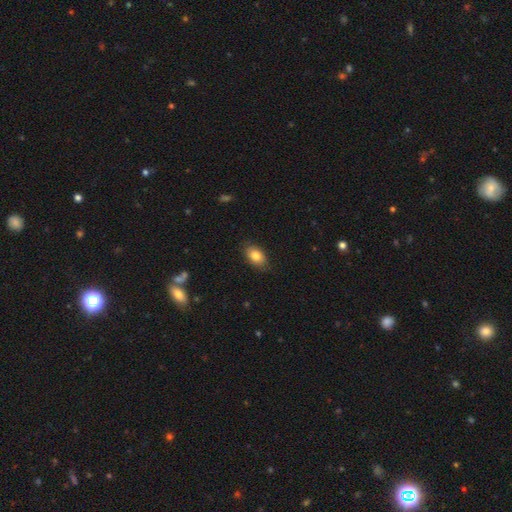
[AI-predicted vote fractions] Smooth or featured?
  - smooth: 83% *
  - featured or disk: 10%
  - star or artifact: 8%
How rounded?
  - in between: 88% *
  - round: 10%
  - cigar-shaped: 2%
Merging?
  - none: 84% *
  - minor disturbance: 13%
  - major disturbance: 2%
  - merger: 1%